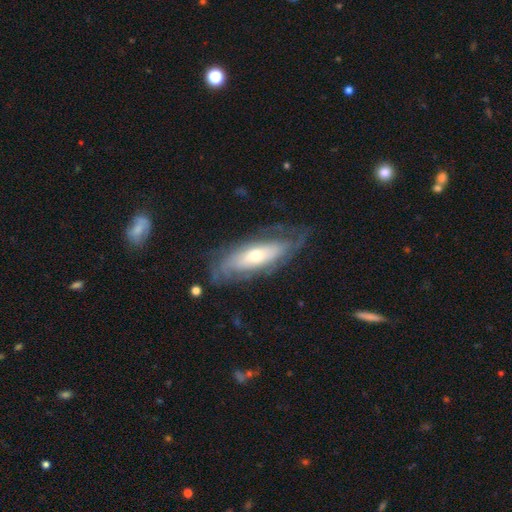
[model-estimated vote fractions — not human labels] This appears to be a featured or disk galaxy (69%) with no bar (64%), spiral arms (75%) and a moderate central bulge (59%). Merging: none (69%).